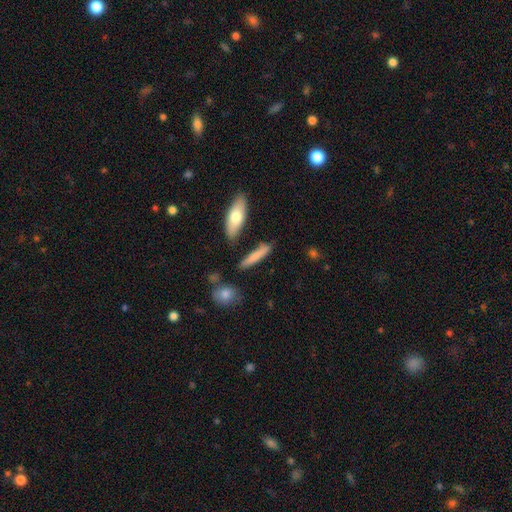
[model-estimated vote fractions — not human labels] A smooth galaxy with no disk features (73%) that is cigar-shaped (85%).

Vote fractions:
- Smooth or featured? smooth: 73% / featured or disk: 21% / star or artifact: 6%
- How rounded? cigar-shaped: 85% / in between: 13% / round: 3%
- Merging? none: 79% / minor disturbance: 12% / merger: 6% / major disturbance: 3%